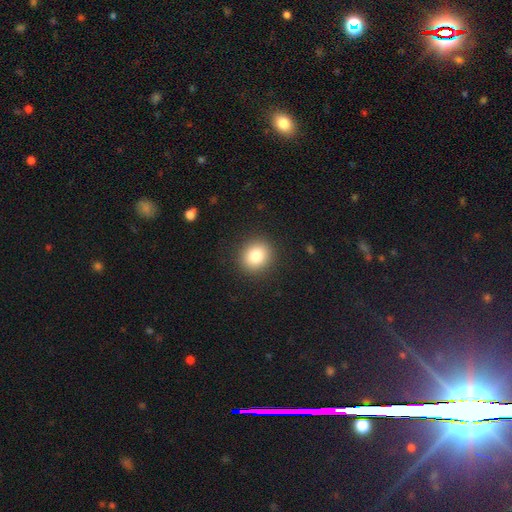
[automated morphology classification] This is clearly a smooth galaxy (82%). How rounded: clearly round (81%). Merging: clearly none (91%).